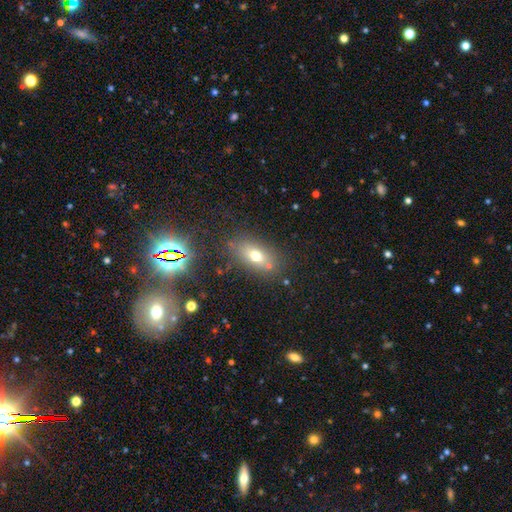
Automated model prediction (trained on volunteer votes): Smooth or featured? Predicted: smooth (p=0.67). How rounded? Predicted: in between (p=0.78). Merging? Predicted: none (p=0.75).